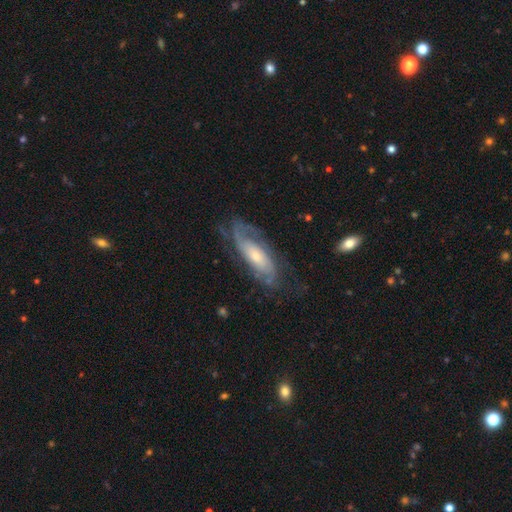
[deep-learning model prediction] featured or disk 79%, smooth 15%, star or artifact 6%. Down the decision tree: edge-on disk — no (88%); bar — no (62%); spiral arms — yes (92%); spiral arm count — 2 (51%); spiral winding — tight (42%); bulge size — small (52%); merging — none (64%).